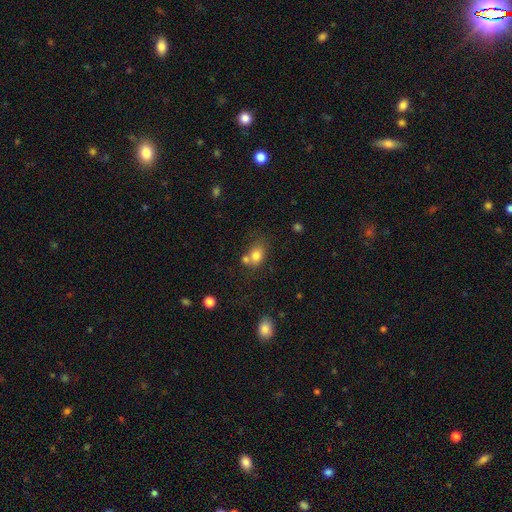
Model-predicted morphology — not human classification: smooth_or_featured: smooth (p=0.78) [alt: star or artifact p=0.11]
how_rounded: in between (p=0.57) [alt: round p=0.42]
merging: none (p=0.45) [alt: merger p=0.35]